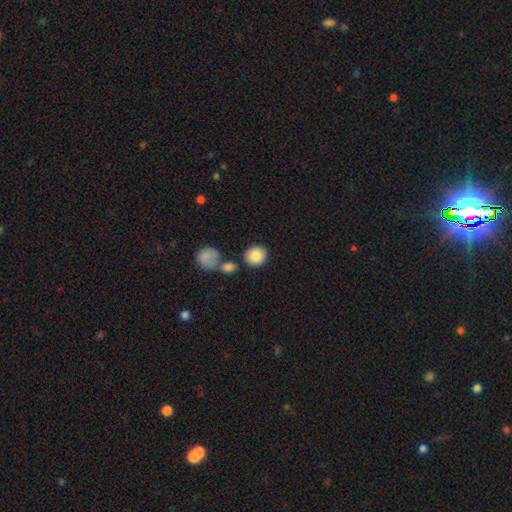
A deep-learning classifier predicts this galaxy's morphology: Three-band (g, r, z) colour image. It shows a smooth galaxy with no disk features (86%) that is round (80%). Merging: none (76%).